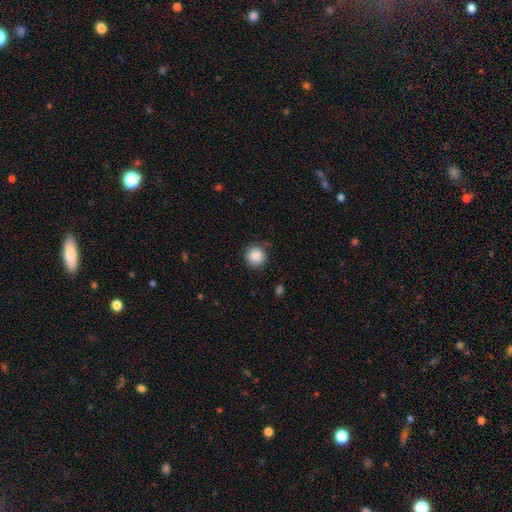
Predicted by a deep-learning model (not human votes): Overall: smooth (88%). How rounded: round (94%). Merging: none (87%).